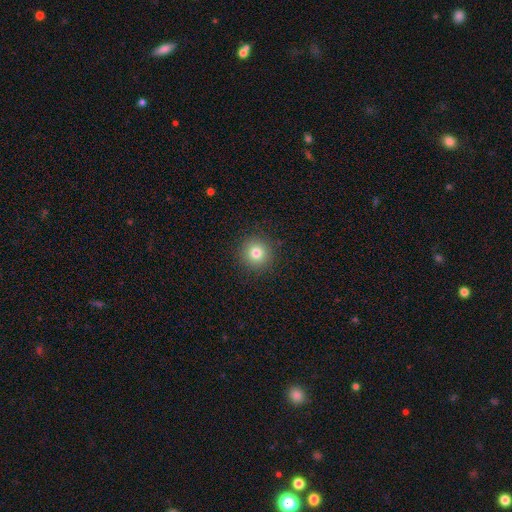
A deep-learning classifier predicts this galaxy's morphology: type=smooth (67%); roundness=round (95%); merging=none (93%).